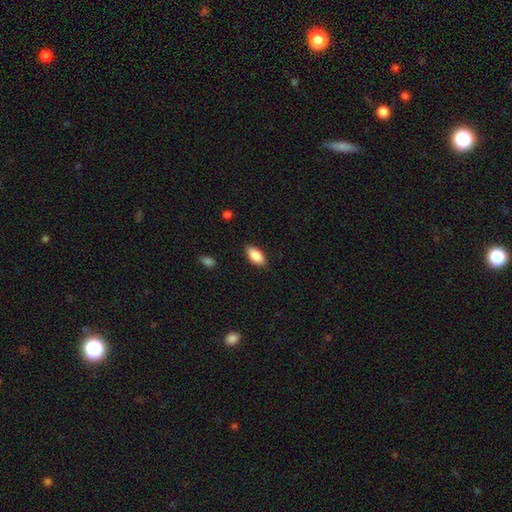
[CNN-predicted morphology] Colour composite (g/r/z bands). It shows a smooth galaxy with no disk features (87%) that is in between round and cigar-shaped (91%). Merging: none (86%).